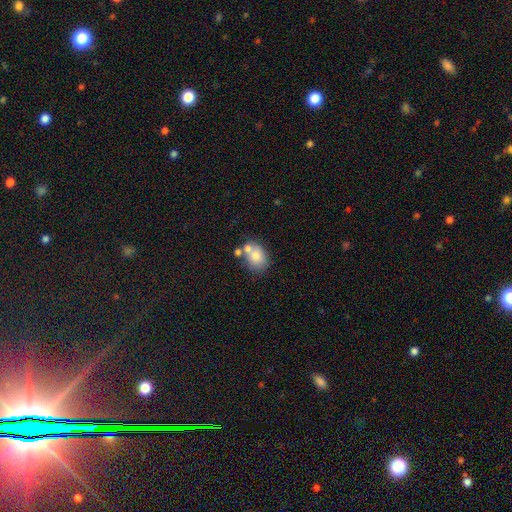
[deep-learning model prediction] A smooth galaxy with no disk features (75%) that is in between round and cigar-shaped (62%).

Vote fractions:
- Smooth or featured? smooth: 75% / featured or disk: 16% / star or artifact: 9%
- How rounded? in between: 62% / round: 37% / cigar-shaped: 1%
- Merging? none: 49% / merger: 29% / minor disturbance: 16% / major disturbance: 6%